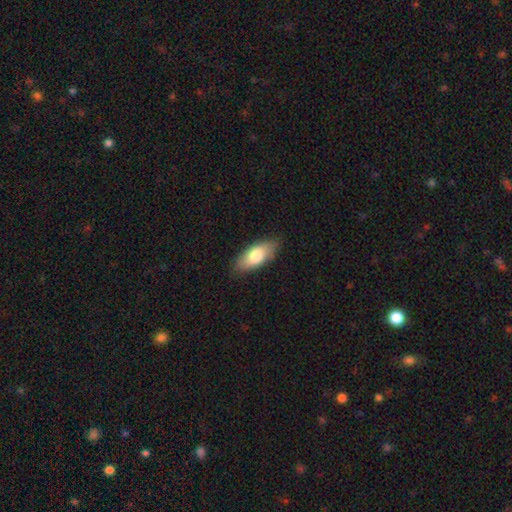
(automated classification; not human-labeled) Smooth or featured? Predicted: smooth (p=0.76). How rounded? Predicted: in between (p=0.83). Merging? Predicted: none (p=0.82).